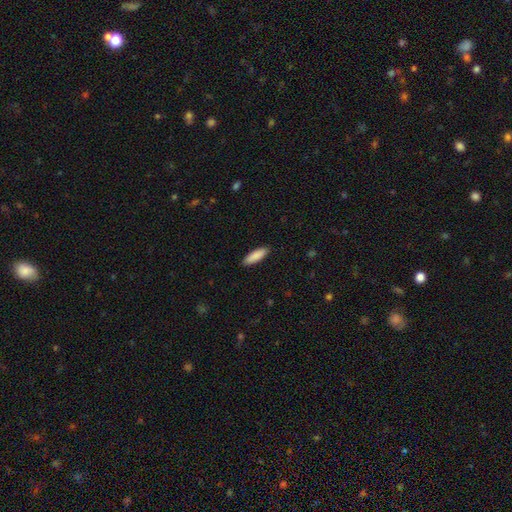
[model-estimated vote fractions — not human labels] This is clearly a smooth galaxy (89%). How rounded: possibly in between (50%). Merging: clearly none (90%).